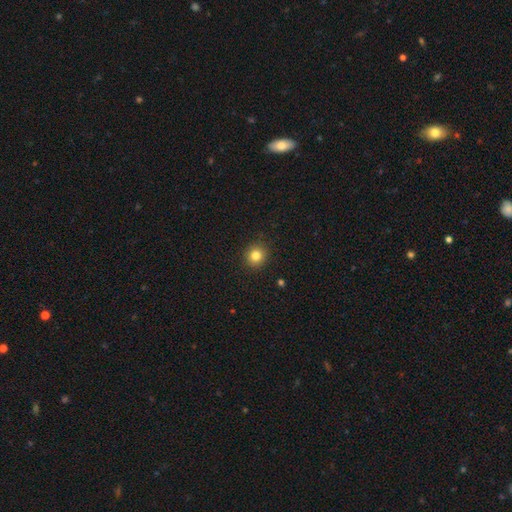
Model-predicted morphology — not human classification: smooth 82%, star or artifact 11%, featured or disk 6%. Down the decision tree: how rounded — round (87%); merging — none (91%).